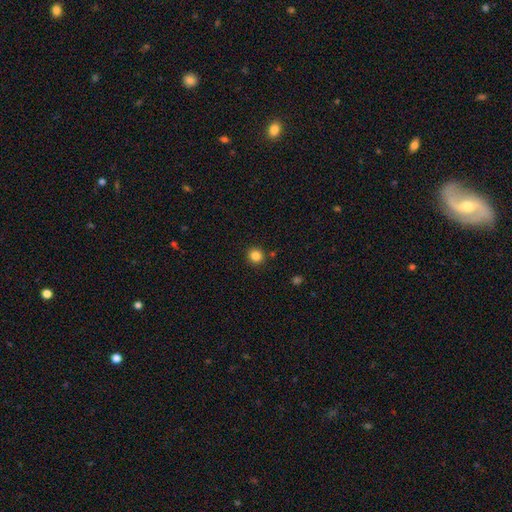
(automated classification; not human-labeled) The model was most divided on "smooth or featured": smooth: 84%, star or artifact: 12%, featured or disk: 4%. More confident: how rounded — round (92%); merging — none (89%).